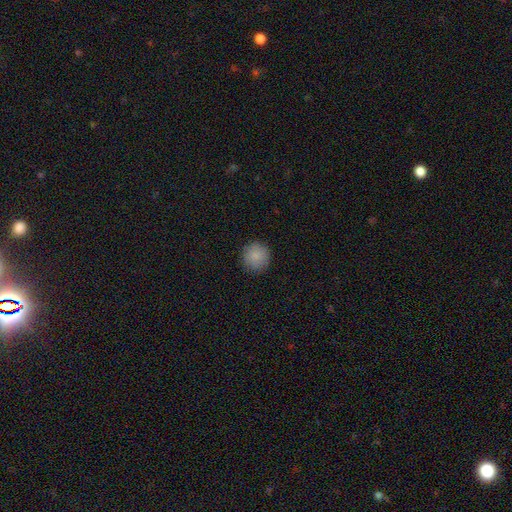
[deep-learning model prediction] smooth_or_featured: smooth (p=0.87) [alt: star or artifact p=0.08]
how_rounded: round (p=0.94) [alt: in between p=0.05]
merging: none (p=0.90) [alt: minor disturbance p=0.07]